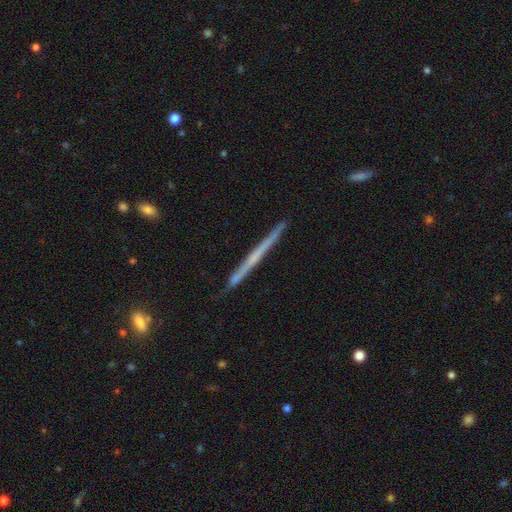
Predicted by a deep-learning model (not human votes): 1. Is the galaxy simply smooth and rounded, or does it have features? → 61% featured or disk, 33% smooth, 6% star or artifact.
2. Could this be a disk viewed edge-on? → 98% yes, 2% no.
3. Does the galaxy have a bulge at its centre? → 82% none, 13% rounded, 5% boxy.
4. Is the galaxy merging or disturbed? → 90% none, 8% minor disturbance, 1% merger, 1% major disturbance.